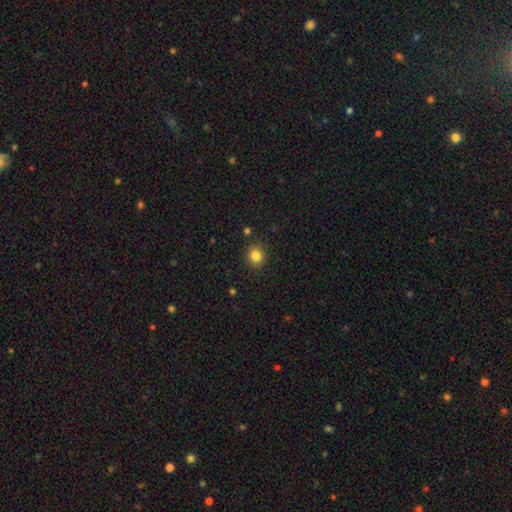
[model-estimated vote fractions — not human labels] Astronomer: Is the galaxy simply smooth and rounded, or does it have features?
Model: smooth — 83%.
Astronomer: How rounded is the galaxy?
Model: round — 81%.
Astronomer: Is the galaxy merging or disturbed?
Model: none — 89%.